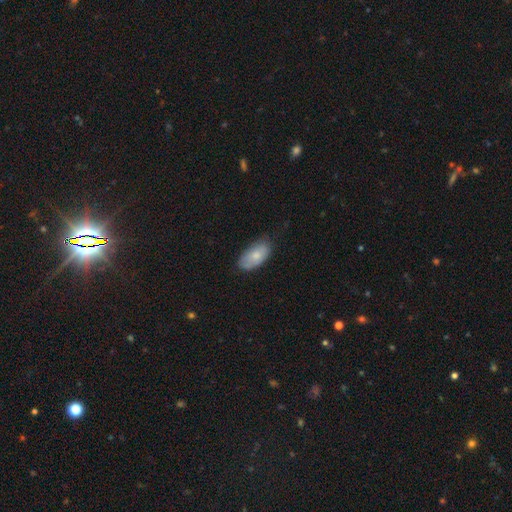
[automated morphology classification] A smooth galaxy with no disk features (77%) that is in between round and cigar-shaped (94%). Merging: none (71%).